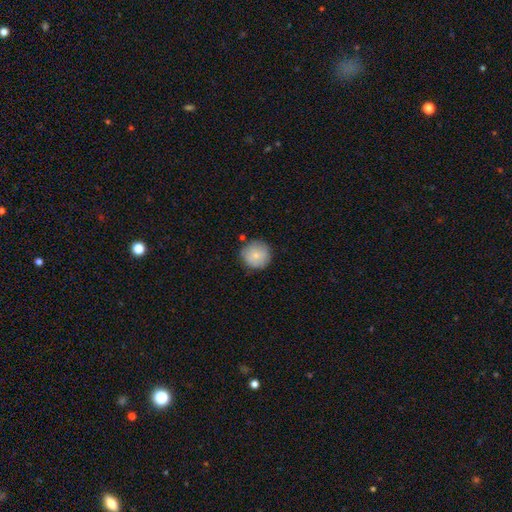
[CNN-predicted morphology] type=smooth (78%); roundness=round (95%); merging=none (82%).